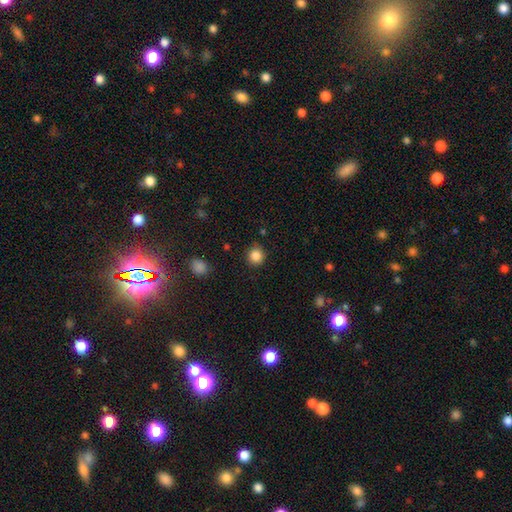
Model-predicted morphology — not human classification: This is clearly a smooth galaxy (86%). How rounded: clearly round (89%). Merging: clearly none (87%).